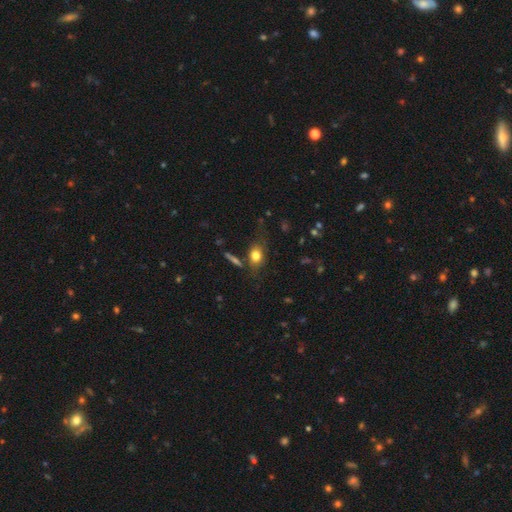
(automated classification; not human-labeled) This is likely a smooth galaxy (78%). How rounded: likely in between (64%). Merging: likely none (66%).